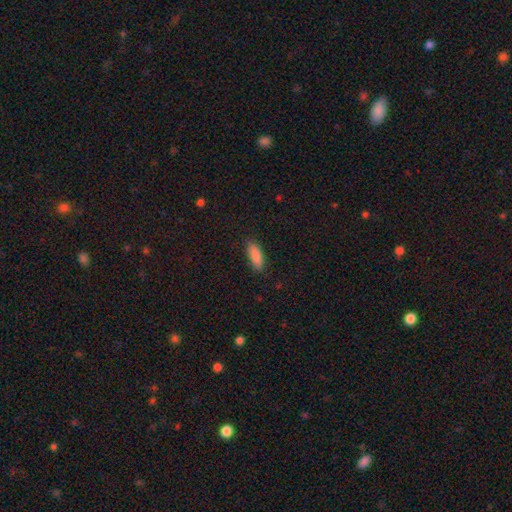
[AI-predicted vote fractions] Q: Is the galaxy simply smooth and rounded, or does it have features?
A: smooth — 88%.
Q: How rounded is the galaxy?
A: in between — 70%.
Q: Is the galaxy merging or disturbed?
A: none — 86%.